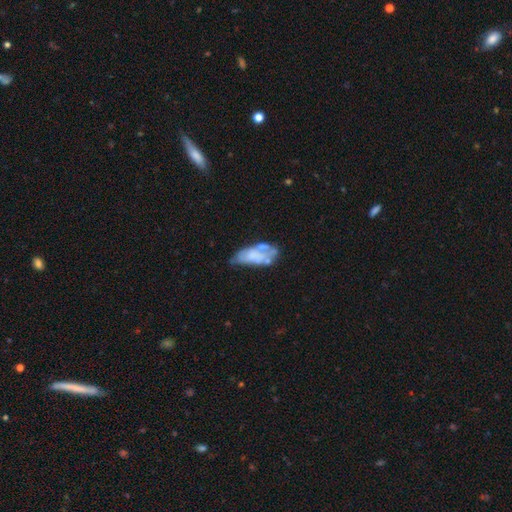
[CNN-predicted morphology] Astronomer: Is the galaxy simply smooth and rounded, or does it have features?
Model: featured or disk — 47% (runner-up: smooth, 44%).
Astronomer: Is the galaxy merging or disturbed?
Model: none — 33% (runner-up: minor disturbance, 29%).